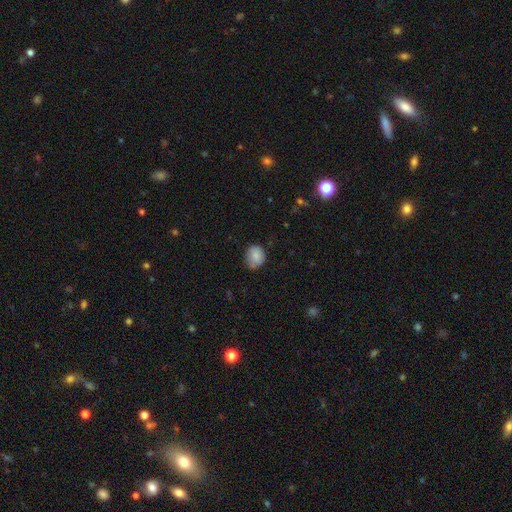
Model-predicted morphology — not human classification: A smooth galaxy with no disk features (83%) that is round (65%).

Vote fractions:
- Smooth or featured? smooth: 83% / featured or disk: 9% / star or artifact: 8%
- How rounded? round: 65% / in between: 34% / cigar-shaped: 1%
- Merging? none: 66% / minor disturbance: 27% / major disturbance: 5% / merger: 2%